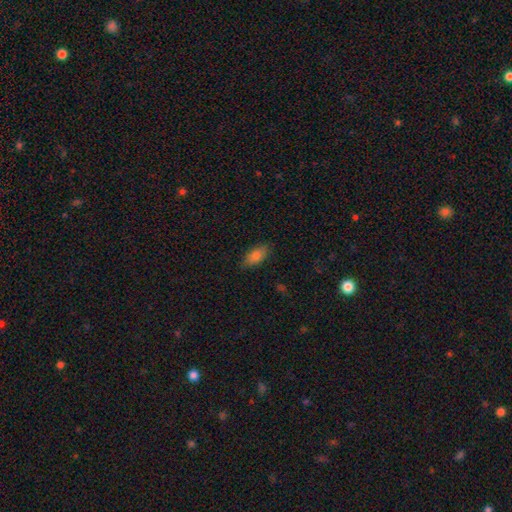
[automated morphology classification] smooth_or_featured: smooth (p=0.81) [alt: featured or disk p=0.10]
how_rounded: in between (p=0.86) [alt: cigar-shaped p=0.11]
merging: none (p=0.83) [alt: minor disturbance p=0.13]